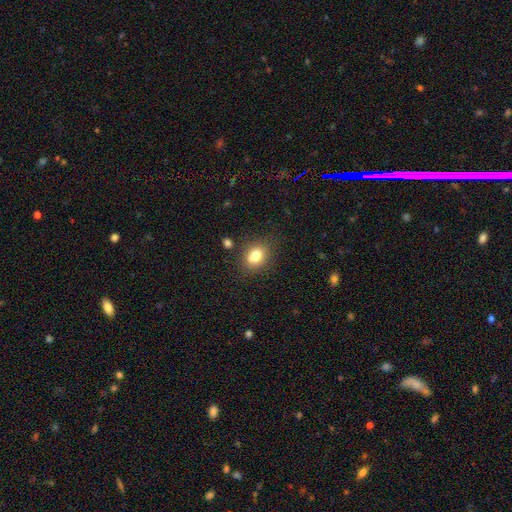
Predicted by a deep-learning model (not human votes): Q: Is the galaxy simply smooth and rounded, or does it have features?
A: smooth — 78%.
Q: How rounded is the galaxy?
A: in between — 52%.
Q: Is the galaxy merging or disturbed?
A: none — 72%.